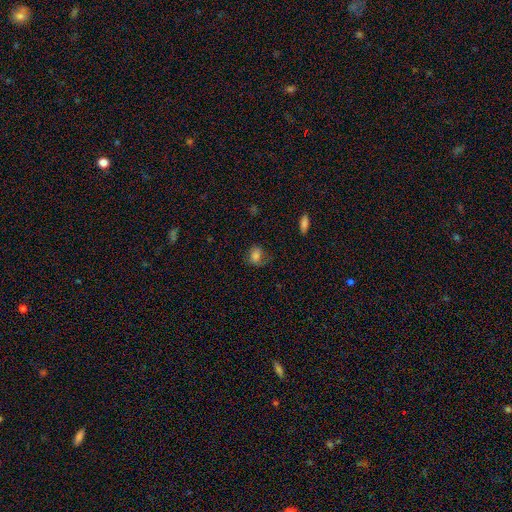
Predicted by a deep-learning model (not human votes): smooth_or_featured: smooth (p=0.77) [alt: featured or disk p=0.12]
how_rounded: in between (p=0.50) [alt: round p=0.49]
merging: none (p=0.55) [alt: minor disturbance p=0.28]